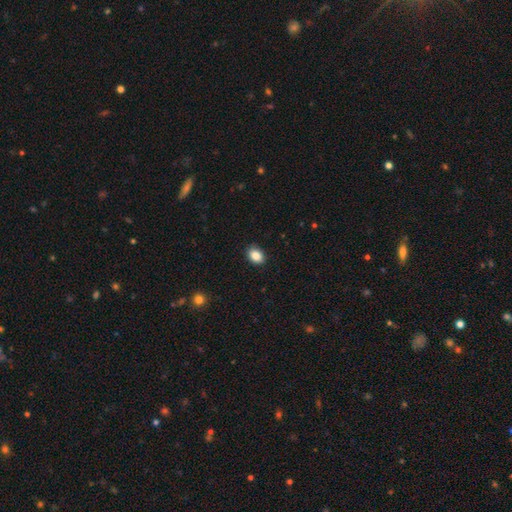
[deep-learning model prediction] Q: Smooth or featured?
A: smooth (87%); runner-up: star or artifact (9%)
Q: How rounded?
A: in between (71%); runner-up: round (28%)
Q: Merging?
A: none (88%); runner-up: minor disturbance (9%)